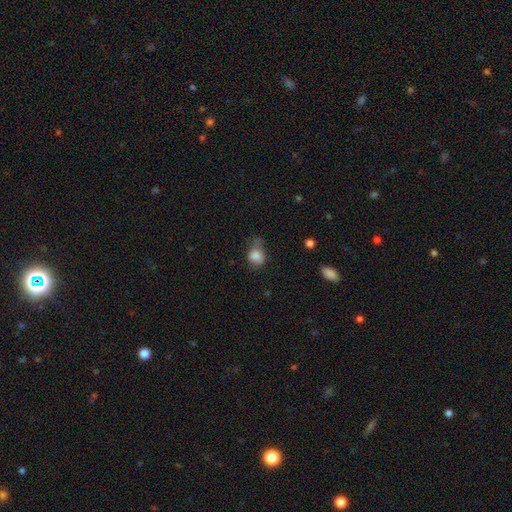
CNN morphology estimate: Smooth or featured: smooth — 80% (star or artifact — 10%)
How rounded: round — 50% (in between — 48%)
Merging: minor disturbance — 38% (none — 37%)